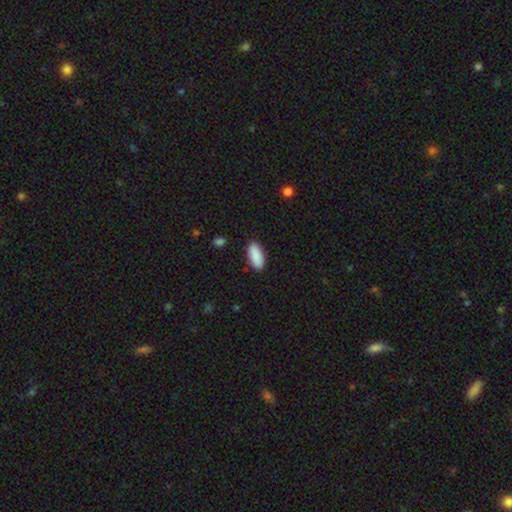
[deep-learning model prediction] Overall: smooth (90%). How rounded: in between (88%). Merging: none (88%).